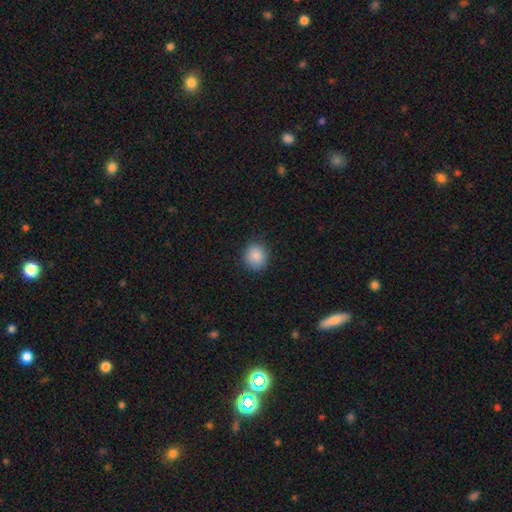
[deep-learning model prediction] Morphology: type=smooth (88%); roundness=round (76%); merging=none (87%).